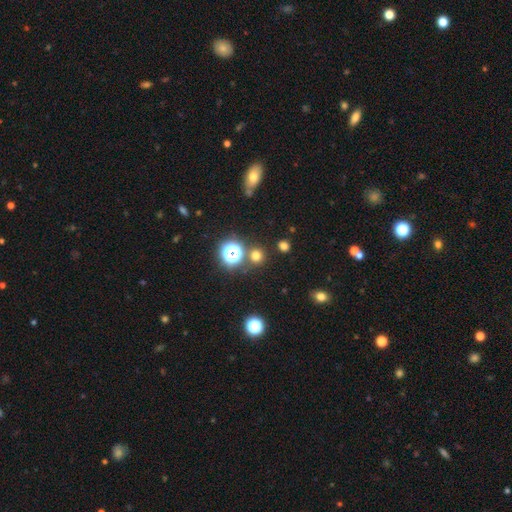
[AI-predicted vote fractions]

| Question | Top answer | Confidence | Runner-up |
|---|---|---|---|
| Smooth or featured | smooth | 69% | star or artifact (26%) |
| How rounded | round | 92% | in between (7%) |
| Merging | none | 83% | merger (8%) |